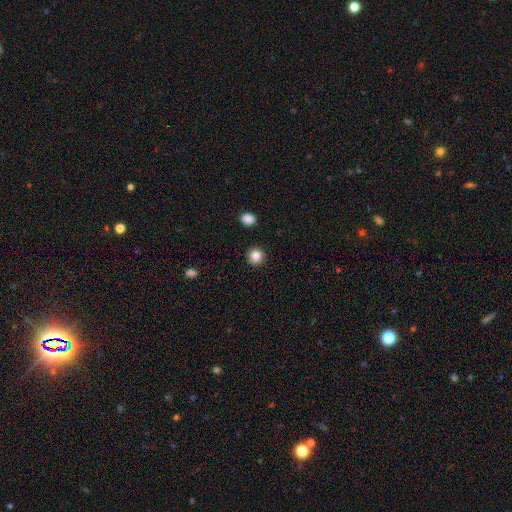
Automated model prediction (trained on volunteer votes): Smooth or featured? smooth (84%)
How rounded? round (93%)
Merging? none (92%)